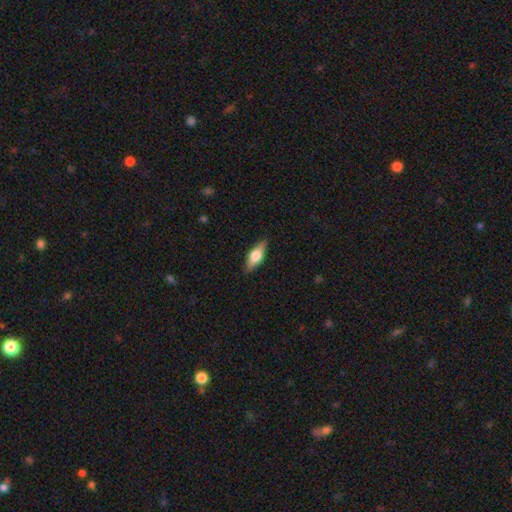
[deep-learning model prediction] Smooth or featured: featured or disk — 47% (smooth — 46%)
Merging: none — 87% (minor disturbance — 10%)